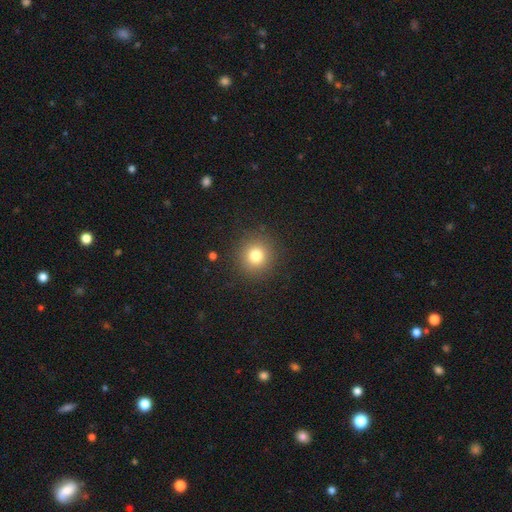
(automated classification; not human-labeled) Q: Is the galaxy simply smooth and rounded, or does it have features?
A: smooth — 79%.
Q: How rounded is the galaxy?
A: round — 92%.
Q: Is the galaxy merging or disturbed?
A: none — 90%.